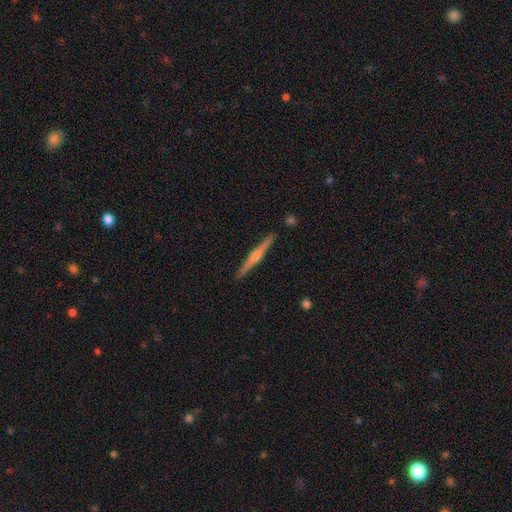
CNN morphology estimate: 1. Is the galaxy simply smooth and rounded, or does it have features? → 75% featured or disk, 19% smooth, 6% star or artifact.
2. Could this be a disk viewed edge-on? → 98% yes, 2% no.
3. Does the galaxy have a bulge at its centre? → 82% rounded, 11% none, 6% boxy.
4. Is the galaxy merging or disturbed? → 90% none, 7% minor disturbance, 2% merger, 1% major disturbance.